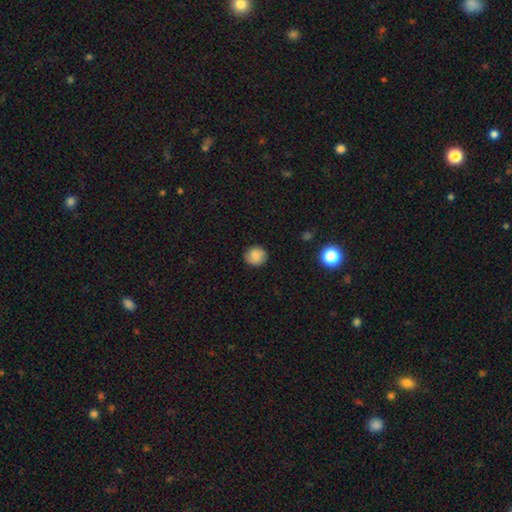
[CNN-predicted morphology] This is clearly a smooth galaxy (82%). How rounded: clearly round (87%). Merging: clearly none (88%).